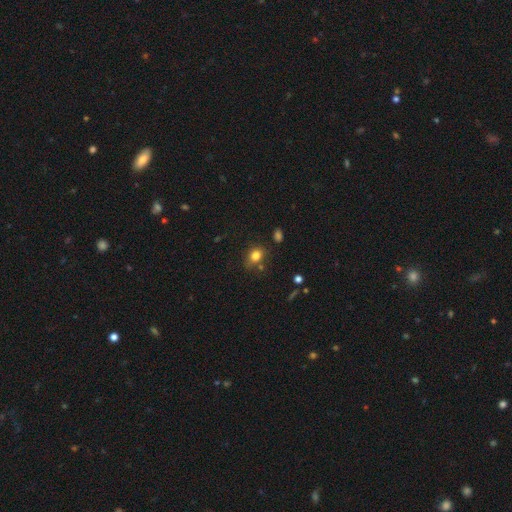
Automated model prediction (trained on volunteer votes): smooth_or_featured: smooth (p=0.81) [alt: star or artifact p=0.12]
how_rounded: round (p=0.50) [alt: in between p=0.49]
merging: none (p=0.73) [alt: minor disturbance p=0.17]